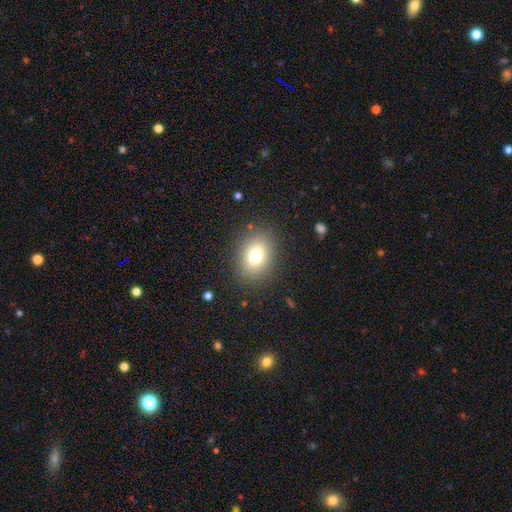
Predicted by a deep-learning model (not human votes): Overall: smooth (77%). How rounded: in between (63%; round 36%). Merging: none (85%).